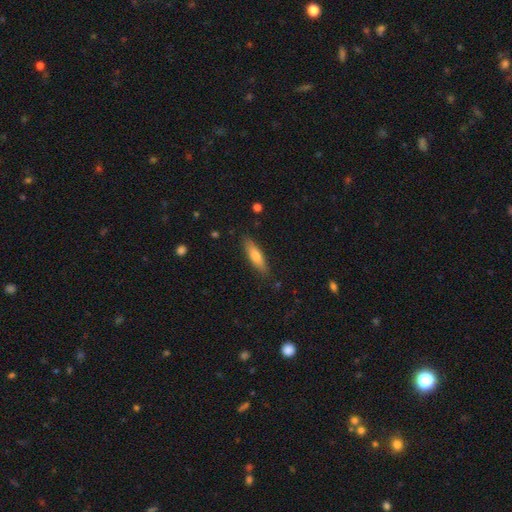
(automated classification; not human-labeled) smooth 70%, featured or disk 24%, star or artifact 6%. Down the decision tree: how rounded — cigar-shaped (67%); merging — none (86%).